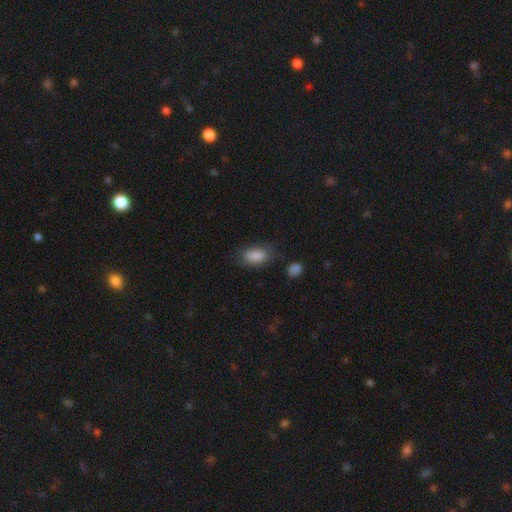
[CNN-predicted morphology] smooth_or_featured: smooth (p=0.87) [alt: star or artifact p=0.07]
how_rounded: in between (p=0.91) [alt: round p=0.05]
merging: none (p=0.72) [alt: minor disturbance p=0.19]